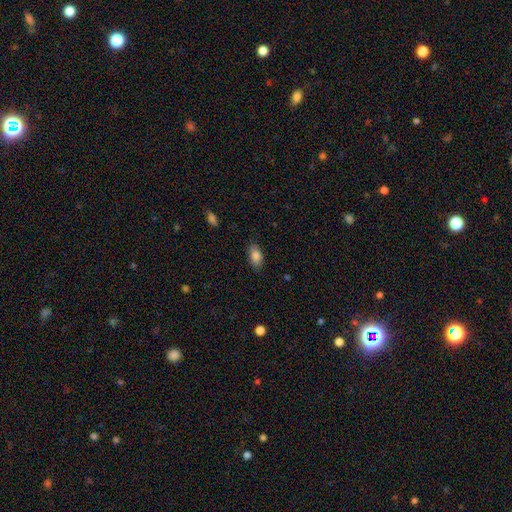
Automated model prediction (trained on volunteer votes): A smooth galaxy with no disk features (85%) that is in between round and cigar-shaped (91%). Merging: none (84%).